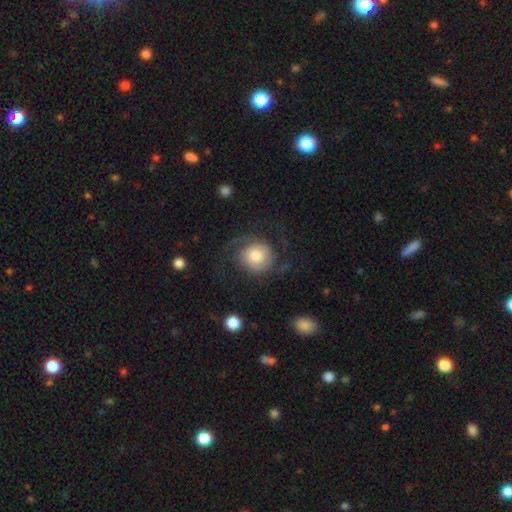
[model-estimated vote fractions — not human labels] This appears to be a featured or disk galaxy (68%) with no bar (76%), 2 (71%) medium (40%) spiral arms (92%) and a moderate central bulge (48%). Merging: none (64%).